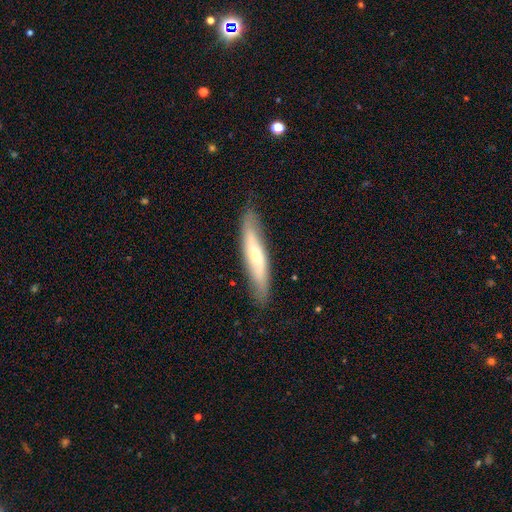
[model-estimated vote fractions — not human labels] smooth-or-featured: featured or disk: 47% (tied) | smooth: 47% (tied) | star or artifact: 6%
  merging: none: 82% | minor disturbance: 14% | major disturbance: 3% | merger: 1%